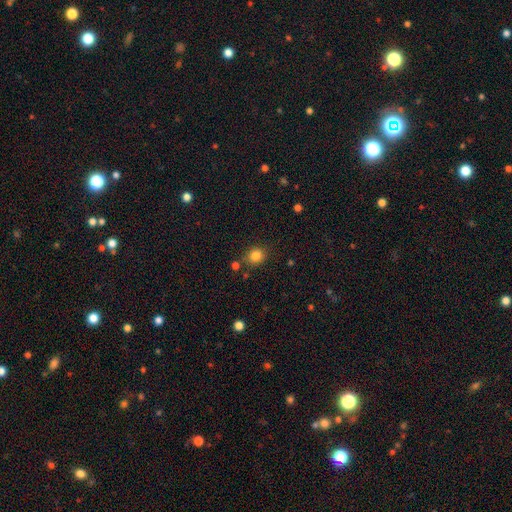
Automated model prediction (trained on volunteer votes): Overall: smooth (83%). How rounded: round (74%). Merging: none (81%).